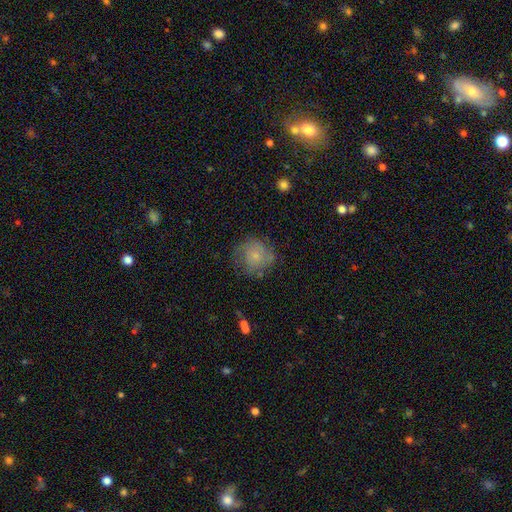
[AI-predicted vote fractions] Overall: smooth (67%). How rounded: round (88%). Merging: none (64%).